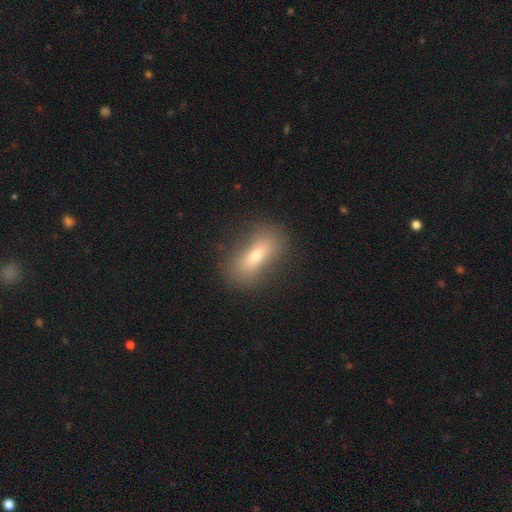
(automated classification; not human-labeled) A smooth galaxy with no disk features (63%) that is in between round and cigar-shaped (67%).

Vote fractions:
- Smooth or featured? smooth: 63% / featured or disk: 26% / star or artifact: 11%
- How rounded? in between: 67% / cigar-shaped: 25% / round: 8%
- Merging? none: 79% / minor disturbance: 14% / major disturbance: 6% / merger: 2%